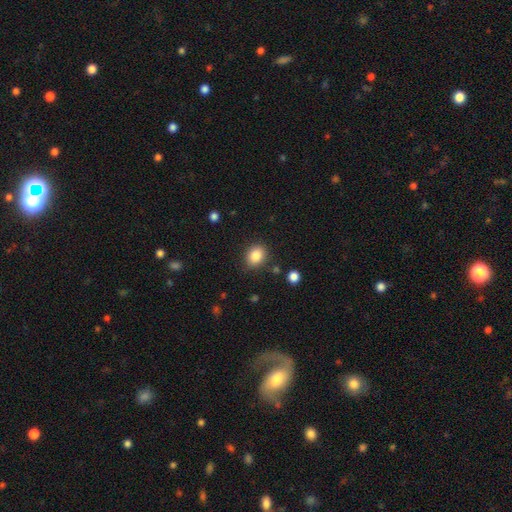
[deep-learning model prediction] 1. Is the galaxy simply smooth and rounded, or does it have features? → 85% smooth, 10% star or artifact, 6% featured or disk.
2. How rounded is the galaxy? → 53% round, 46% in between, 1% cigar-shaped.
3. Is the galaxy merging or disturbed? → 85% none, 10% minor disturbance, 3% major disturbance, 2% merger.